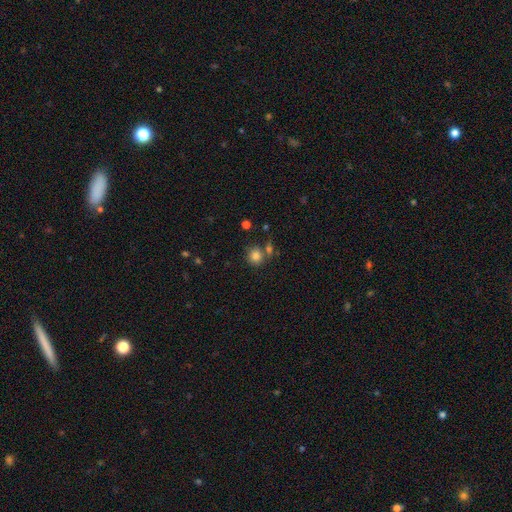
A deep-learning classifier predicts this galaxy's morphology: A smooth galaxy with no disk features (82%) that is round (86%). Merging: none (67%).